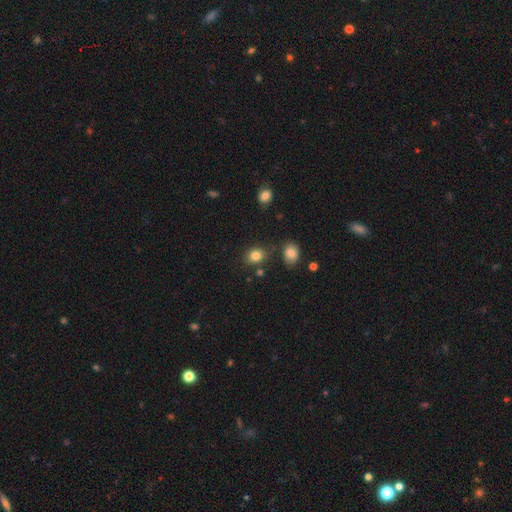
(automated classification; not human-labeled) Smooth or featured: smooth — 83% (star or artifact — 11%)
How rounded: round — 59% (in between — 40%)
Merging: none — 79% (minor disturbance — 12%)